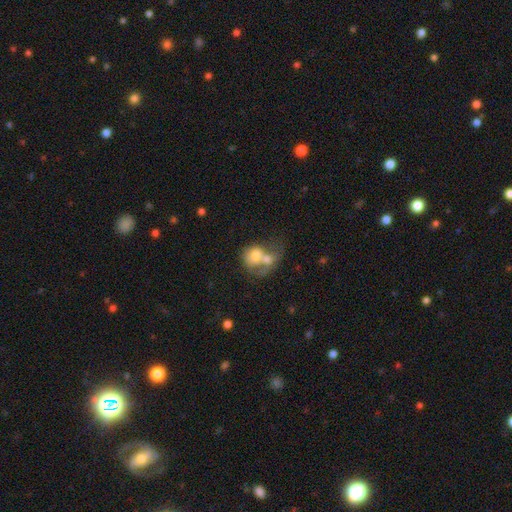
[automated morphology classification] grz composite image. It shows a smooth galaxy with no disk features (59%) that is round (61%). Merging: merger (72%).